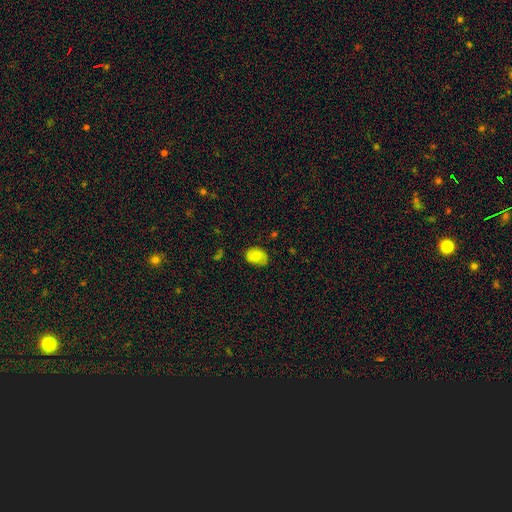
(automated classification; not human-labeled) smooth 72%, featured or disk 20%, star or artifact 8%. Down the decision tree: how rounded — in between (68%); merging — none (74%).